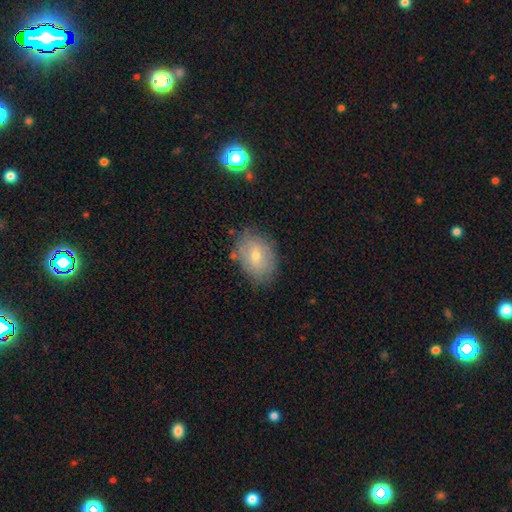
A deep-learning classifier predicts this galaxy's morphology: A smooth galaxy with no disk features (63%) that is in between round and cigar-shaped (73%). Merging: none (76%).